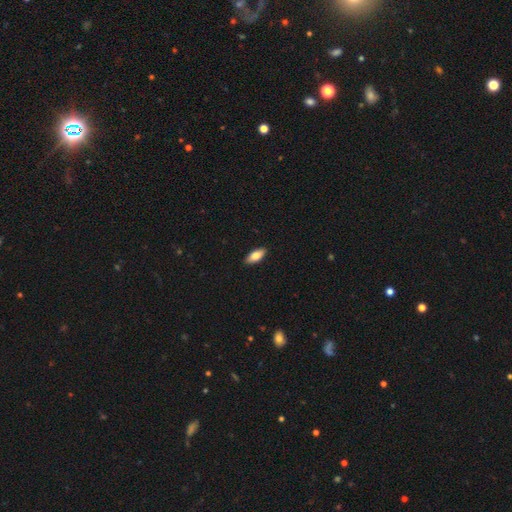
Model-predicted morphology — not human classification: smooth-or-featured: smooth: 79% | featured or disk: 15% | star or artifact: 6%
  how-rounded: in between: 84% | cigar-shaped: 14% | round: 2%
  merging: none: 90% | minor disturbance: 8% | major disturbance: 2% | merger: 1%